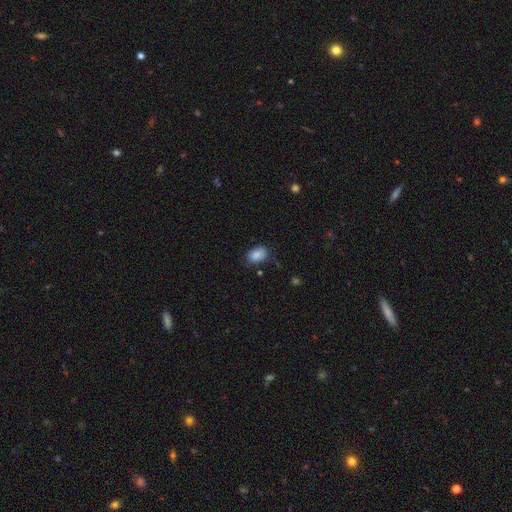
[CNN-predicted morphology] smooth_or_featured: smooth (p=0.88) [alt: star or artifact p=0.08]
how_rounded: in between (p=0.87) [alt: round p=0.12]
merging: none (p=0.75) [alt: minor disturbance p=0.19]